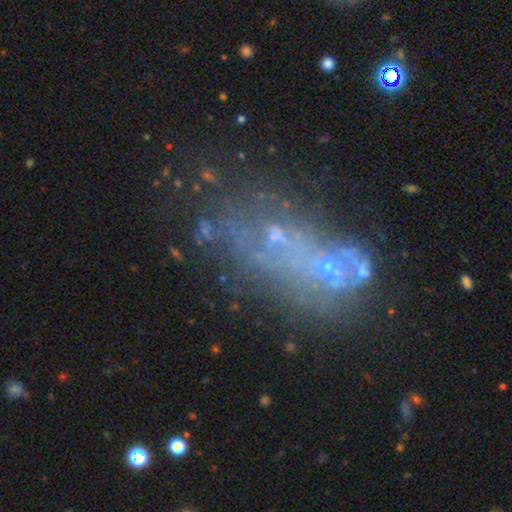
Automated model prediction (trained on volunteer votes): smooth_or_featured: featured or disk (p=0.44) [alt: star or artifact p=0.32]
merging: merger (p=0.36) [alt: none p=0.28]